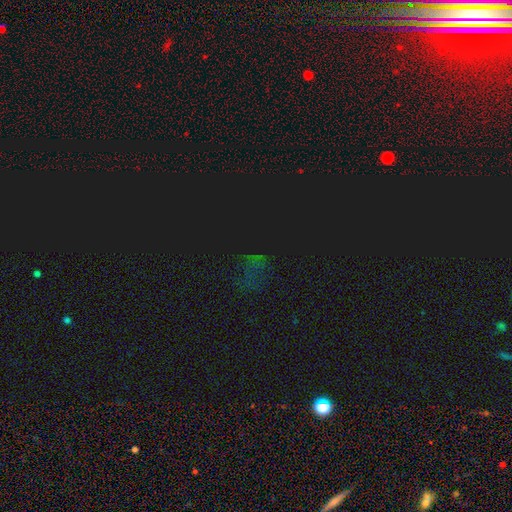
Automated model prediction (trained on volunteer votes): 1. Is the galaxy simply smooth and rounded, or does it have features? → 74% star or artifact, 18% smooth, 8% featured or disk.